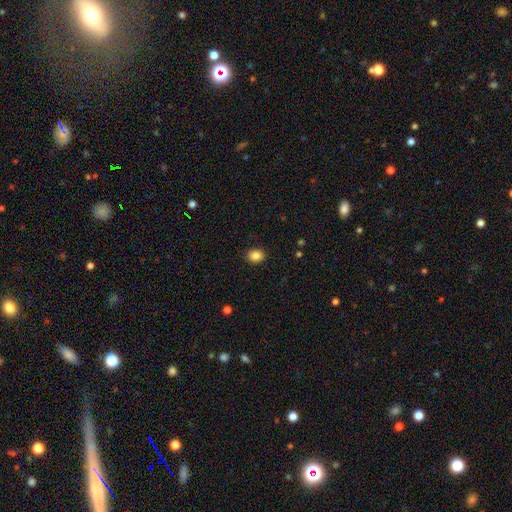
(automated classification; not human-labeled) Smooth or featured?
  - smooth: 86% *
  - star or artifact: 10%
  - featured or disk: 4%
How rounded?
  - round: 55% *
  - in between: 44%
  - cigar-shaped: 1%
Merging?
  - none: 90% *
  - minor disturbance: 7%
  - major disturbance: 2%
  - merger: 1%